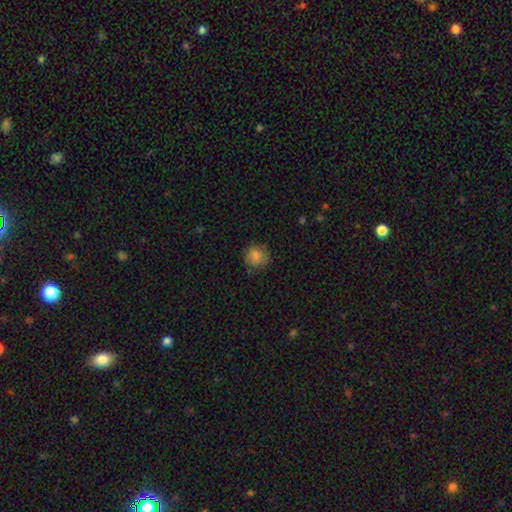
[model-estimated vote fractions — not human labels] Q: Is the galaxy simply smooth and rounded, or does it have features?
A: smooth — 83%.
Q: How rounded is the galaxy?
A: round — 83%.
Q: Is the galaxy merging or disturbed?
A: none — 80%.